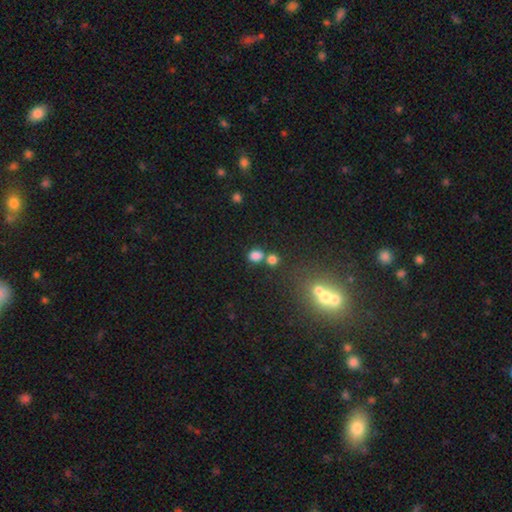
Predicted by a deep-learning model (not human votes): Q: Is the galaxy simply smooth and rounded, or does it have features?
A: smooth — 80%.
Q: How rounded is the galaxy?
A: round — 57%.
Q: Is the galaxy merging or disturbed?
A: none — 57%.